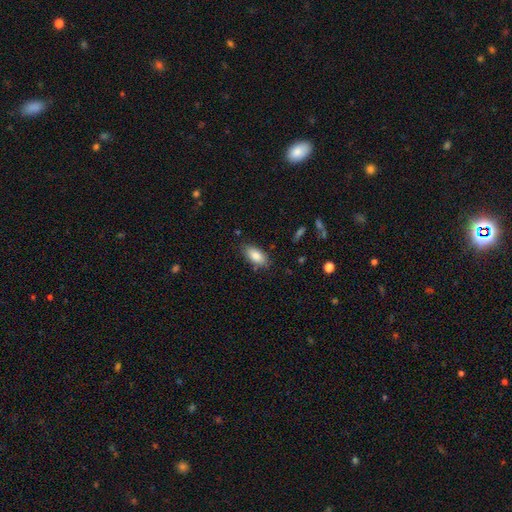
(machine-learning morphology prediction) Smooth or featured? smooth (85%)
How rounded? in between (90%)
Merging? none (82%)